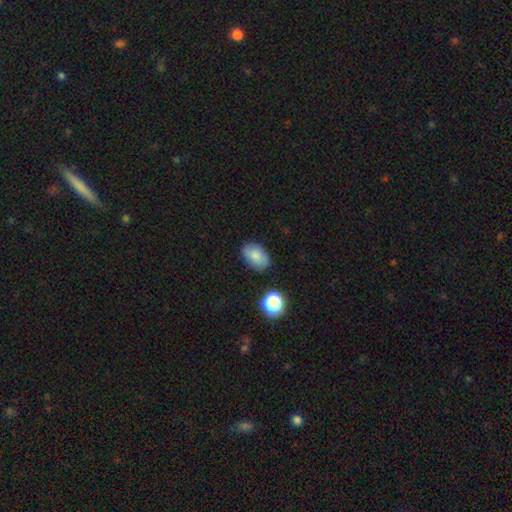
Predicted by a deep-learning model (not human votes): smooth 81%, featured or disk 10%, star or artifact 10%. Down the decision tree: how rounded — in between (87%); merging — none (81%).